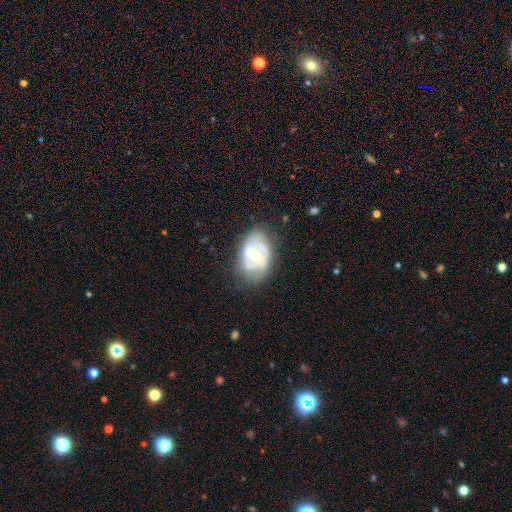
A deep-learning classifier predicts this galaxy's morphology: A featured or disk galaxy (74%) with no bar (68%), spiral arms (63%) and a moderate central bulge (69%).

Vote fractions:
- Smooth or featured? featured or disk: 74% / smooth: 20% / star or artifact: 6%
- Edge-on disk? no: 96% / yes: 4%
- Bar? no: 68% / weak: 24% / strong: 8%
- Spiral arms? yes: 63% / no: 37%
- Bulge size? moderate: 69% / small: 25% / large: 4% / none: 1% / dominant: 1%
- Merging? none: 63% / minor disturbance: 25% / major disturbance: 10% / merger: 2%